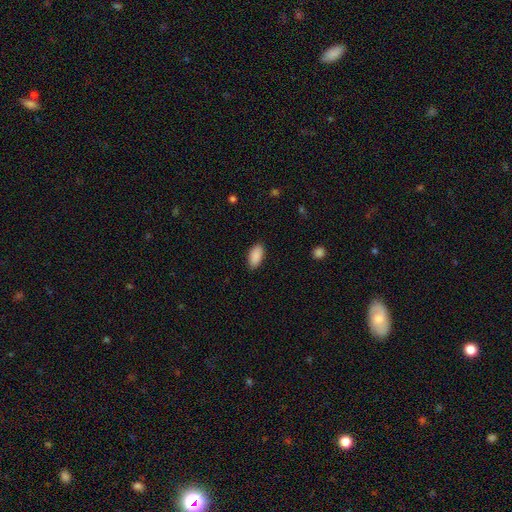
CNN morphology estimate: smooth 90%, star or artifact 6%, featured or disk 3%. Down the decision tree: how rounded — in between (94%); merging — none (88%).